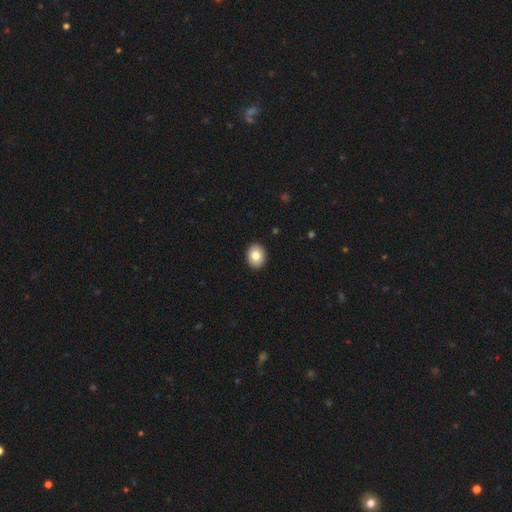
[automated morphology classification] Smooth or featured: smooth — 80% (featured or disk — 12%)
How rounded: round — 52% (in between — 48%)
Merging: none — 92% (minor disturbance — 5%)